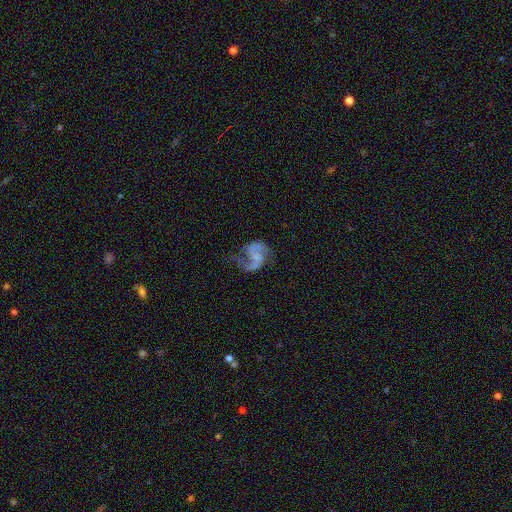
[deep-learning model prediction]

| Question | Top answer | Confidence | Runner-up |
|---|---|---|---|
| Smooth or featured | featured or disk | 81% | smooth (11%) |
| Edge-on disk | no | 98% | yes (2%) |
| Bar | no | 46% | weak (38%) |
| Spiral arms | yes | 91% | no (9%) |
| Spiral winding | loose | 58% | medium (34%) |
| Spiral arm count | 2 | 83% | 1 (10%) |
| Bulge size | none | 63% | small (22%) |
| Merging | none | 47% | major disturbance (30%) |